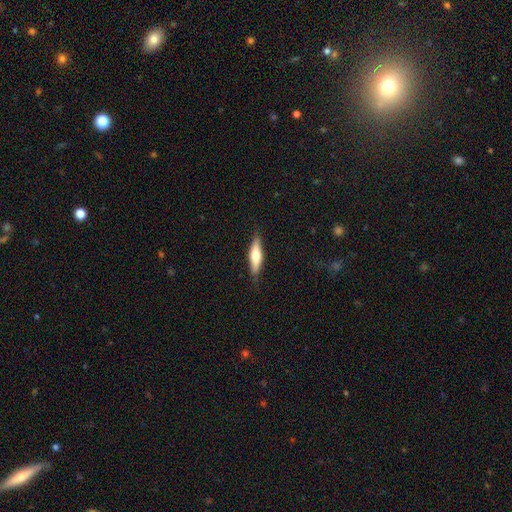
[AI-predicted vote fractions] This appears to be a smooth galaxy with no disk features (56%) that is cigar-shaped (68%). Merging: none (82%).